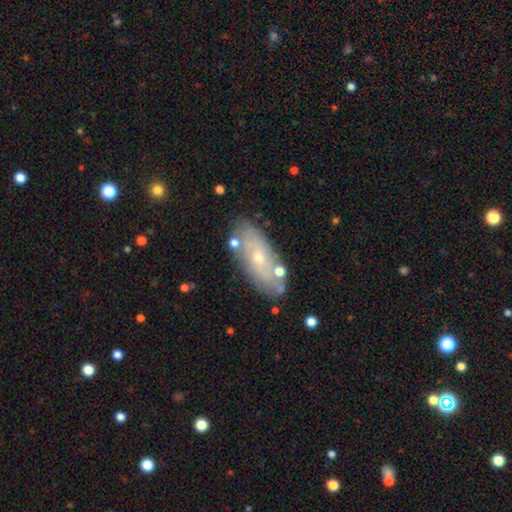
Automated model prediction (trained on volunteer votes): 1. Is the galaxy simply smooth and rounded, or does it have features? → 63% featured or disk, 25% smooth, 12% star or artifact.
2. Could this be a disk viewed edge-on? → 83% no, 17% yes.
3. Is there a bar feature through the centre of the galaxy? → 76% no, 19% weak, 5% strong.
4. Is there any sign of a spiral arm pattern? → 71% yes, 29% no.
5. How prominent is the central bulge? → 68% small, 29% moderate, 2% none, 1% large, 1% dominant.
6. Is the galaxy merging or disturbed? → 78% none, 13% minor disturbance, 5% merger, 4% major disturbance.